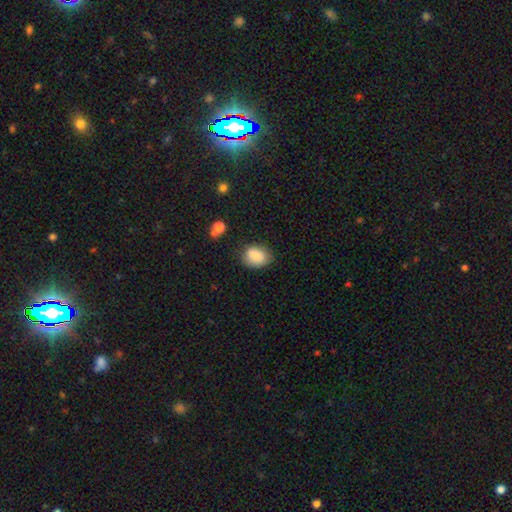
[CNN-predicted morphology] This is clearly a smooth galaxy (83%). How rounded: likely in between (60%). Merging: likely none (74%).